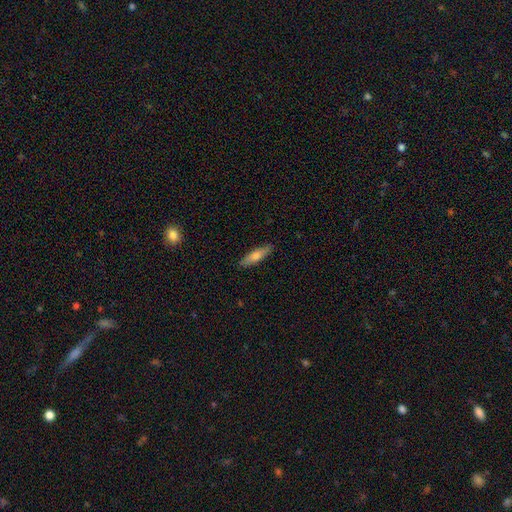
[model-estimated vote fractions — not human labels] The model was most divided on "smooth or featured": smooth: 63%, featured or disk: 30%, star or artifact: 6%. More confident: merging — none (89%); how rounded — cigar-shaped (69%).